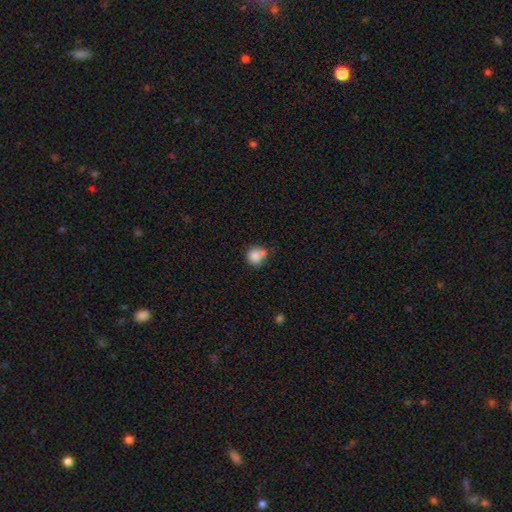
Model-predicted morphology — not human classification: type=smooth (85%); roundness=round (87%); merging=none (58%).